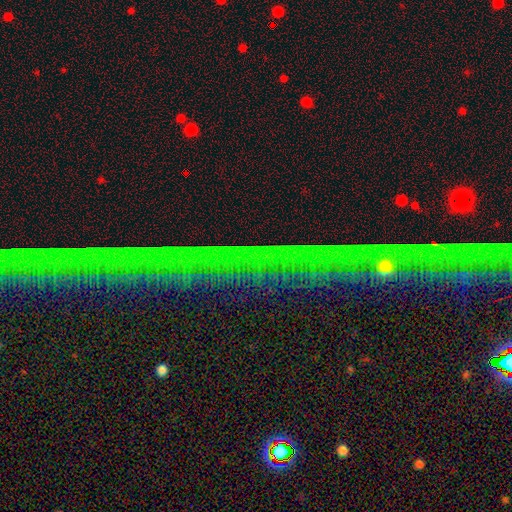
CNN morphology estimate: Q: Smooth or featured?
A: star or artifact (82%); runner-up: featured or disk (10%)